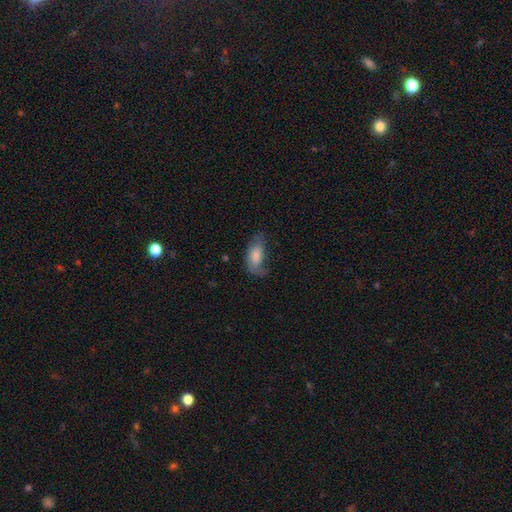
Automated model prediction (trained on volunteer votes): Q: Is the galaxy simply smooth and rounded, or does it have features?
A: smooth — 68%.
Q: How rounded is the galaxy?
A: in between — 91%.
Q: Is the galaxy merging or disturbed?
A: none — 42%.